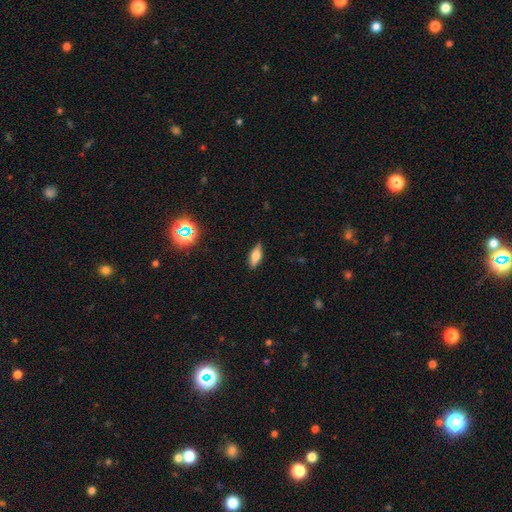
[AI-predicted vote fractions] smooth-or-featured: smooth: 64% | featured or disk: 26% | star or artifact: 9%
  how-rounded: in between: 68% | cigar-shaped: 29% | round: 3%
  merging: none: 86% | minor disturbance: 11% | major disturbance: 2% | merger: 1%